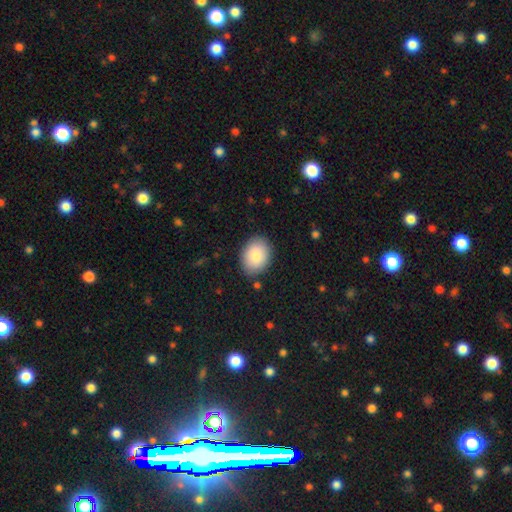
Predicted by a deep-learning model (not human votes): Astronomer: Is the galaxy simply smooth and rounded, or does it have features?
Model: smooth — 84%.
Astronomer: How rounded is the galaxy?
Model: in between — 68%.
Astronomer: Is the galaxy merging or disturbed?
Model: none — 86%.